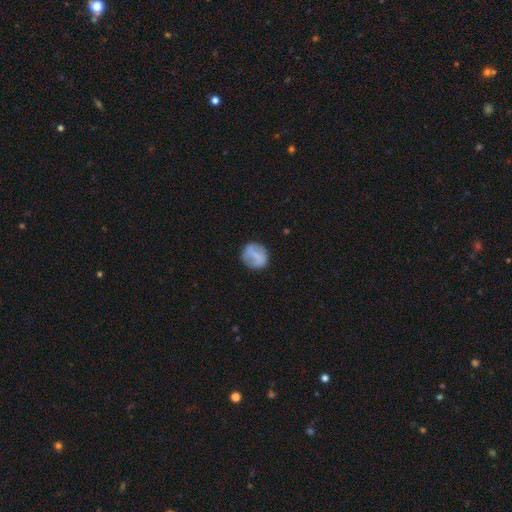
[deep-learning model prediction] smooth-or-featured: smooth: 54% | featured or disk: 38% | star or artifact: 8%
  how-rounded: round: 77% | in between: 21% | cigar-shaped: 2%
  merging: none: 83% | minor disturbance: 11% | major disturbance: 4% | merger: 2%